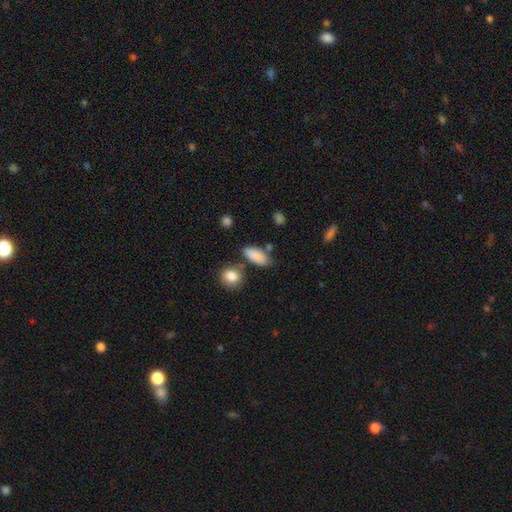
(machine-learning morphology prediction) Smooth or featured? Predicted: smooth (p=0.87). How rounded? Predicted: in between (p=0.85). Merging? Predicted: none (p=0.72).